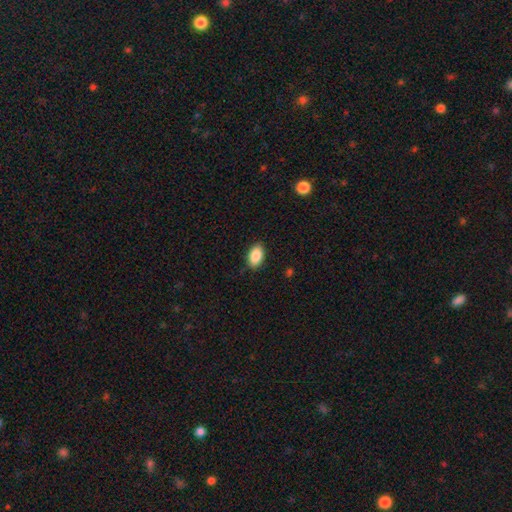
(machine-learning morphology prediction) This appears to be a smooth galaxy with no disk features (88%) that is in between round and cigar-shaped (92%). Merging: none (87%).